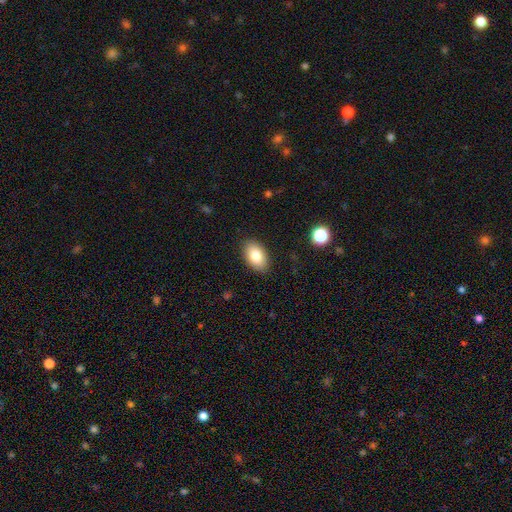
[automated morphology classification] Smooth or featured? Predicted: smooth (p=0.83). How rounded? Predicted: in between (p=0.92). Merging? Predicted: none (p=0.87).